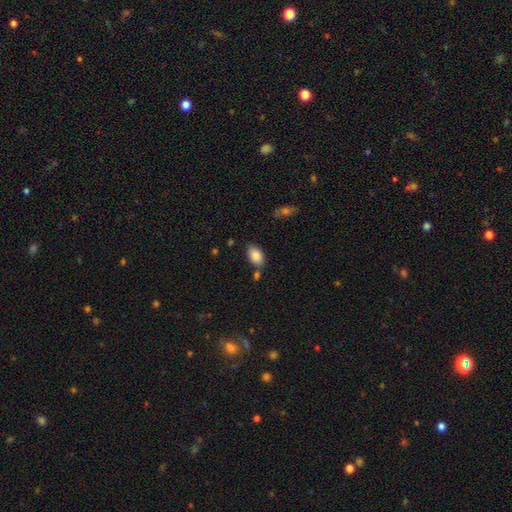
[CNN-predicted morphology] This is clearly a smooth galaxy (86%). How rounded: clearly in between (92%). Merging: likely none (74%).